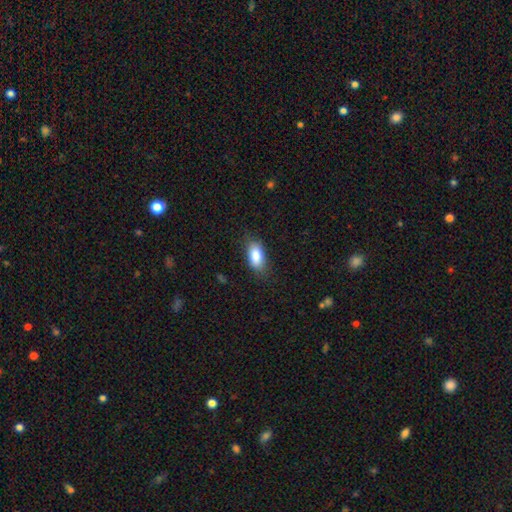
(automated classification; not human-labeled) Smooth or featured: smooth — 87% (star or artifact — 7%)
How rounded: in between — 90% (cigar-shaped — 6%)
Merging: none — 80% (minor disturbance — 15%)